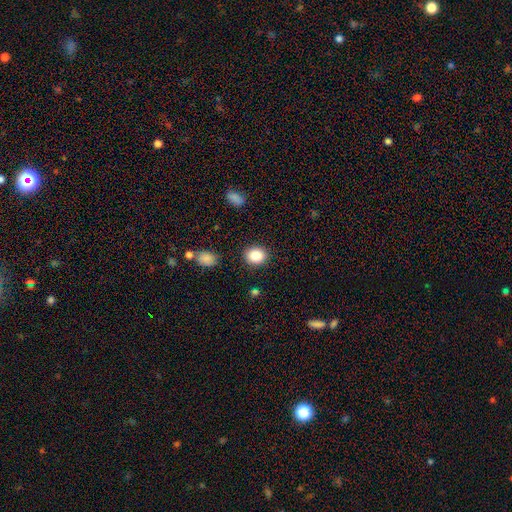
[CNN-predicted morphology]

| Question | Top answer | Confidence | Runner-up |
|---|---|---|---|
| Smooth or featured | smooth | 86% | star or artifact (9%) |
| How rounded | round | 63% | in between (36%) |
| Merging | none | 87% | minor disturbance (8%) |